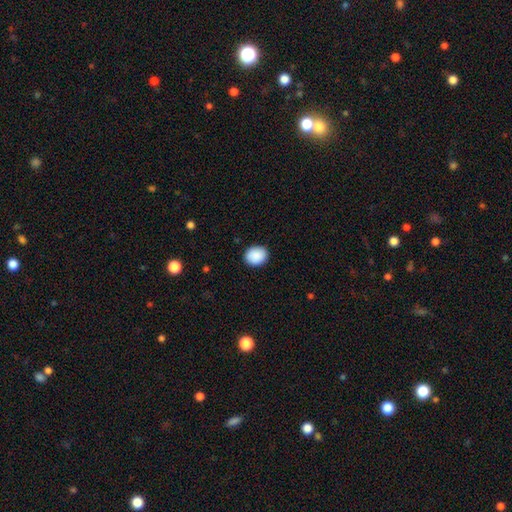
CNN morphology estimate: smooth 90%, star or artifact 7%, featured or disk 3%. Down the decision tree: how rounded — round (67%); merging — none (89%).